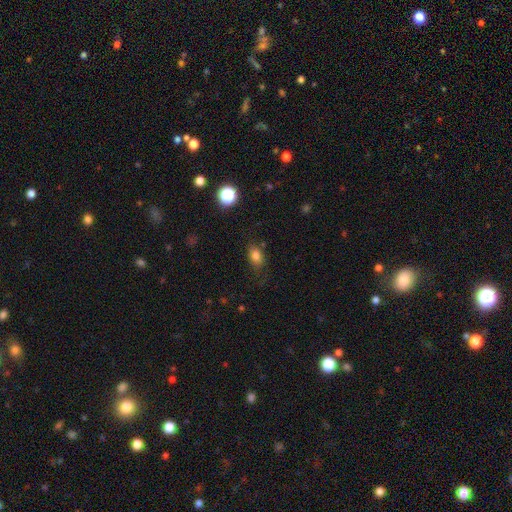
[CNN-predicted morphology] Smooth or featured? smooth (80%)
How rounded? in between (76%)
Merging? none (70%)